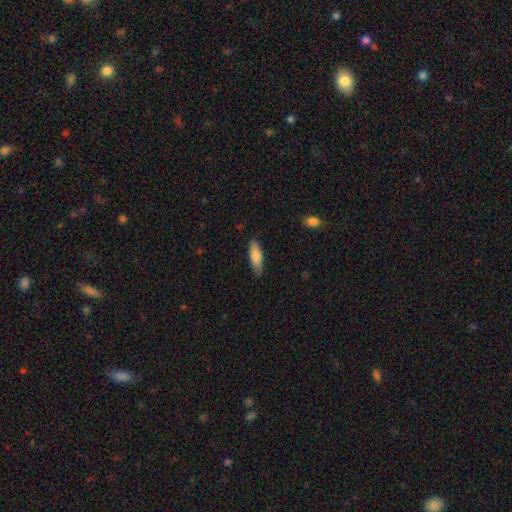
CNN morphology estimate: smooth_or_featured: smooth (p=0.77) [alt: featured or disk p=0.17]
how_rounded: cigar-shaped (p=0.51) [alt: in between p=0.47]
merging: none (p=0.85) [alt: minor disturbance p=0.11]